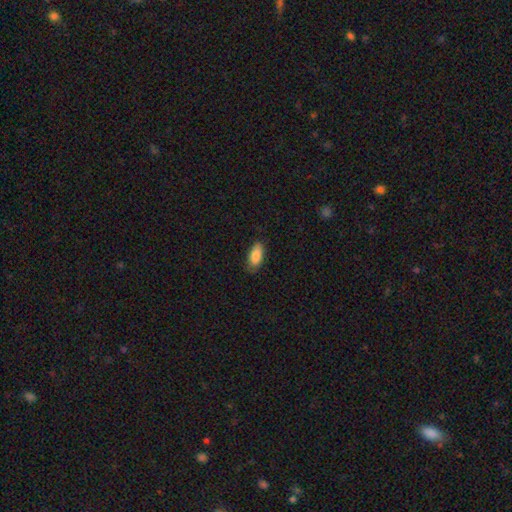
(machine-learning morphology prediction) A smooth galaxy with no disk features (86%) that is in between round and cigar-shaped (86%).

Vote fractions:
- Smooth or featured? smooth: 86% / featured or disk: 8% / star or artifact: 6%
- How rounded? in between: 86% / cigar-shaped: 11% / round: 2%
- Merging? none: 78% / minor disturbance: 18% / major disturbance: 3% / merger: 1%